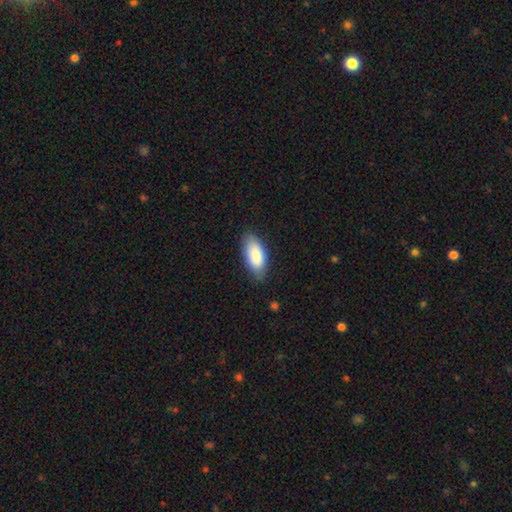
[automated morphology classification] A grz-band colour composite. It shows a smooth galaxy with no disk features (86%) that is in between round and cigar-shaped (90%). Merging: none (78%).